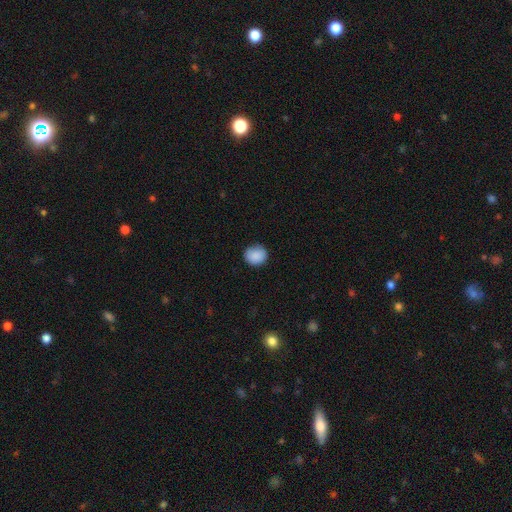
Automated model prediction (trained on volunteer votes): Morphology: type=smooth (89%); roundness=round (84%); merging=none (85%).